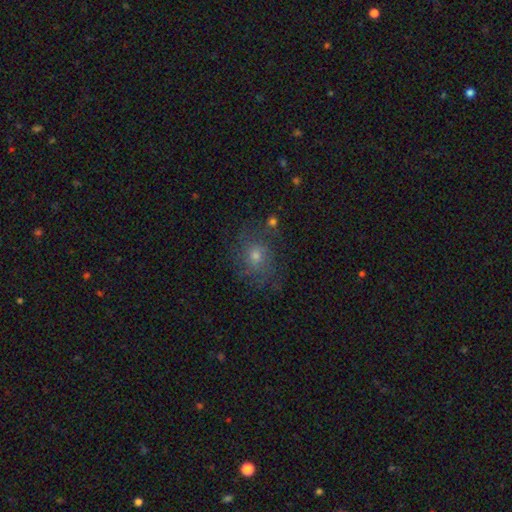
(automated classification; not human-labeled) This appears to be a smooth galaxy with no disk features (46%). Merging: none (71%).